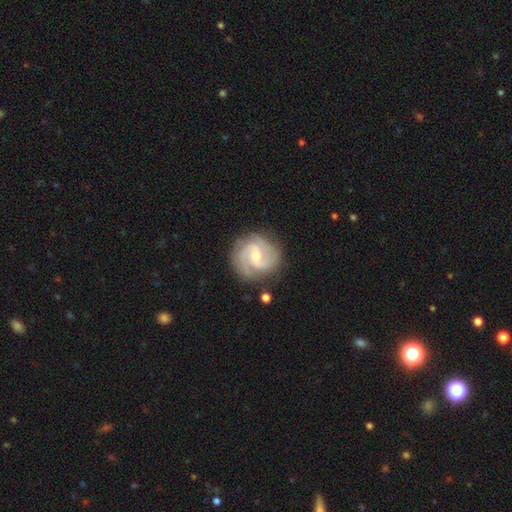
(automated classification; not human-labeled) smooth_or_featured: featured or disk (p=0.86) [alt: smooth p=0.09]
disk_edge_on: no (p=0.98) [alt: yes p=0.02]
bar: weak (p=0.52) [alt: no p=0.34]
has_spiral_arms: yes (p=0.97) [alt: no p=0.03]
spiral_winding: medium (p=0.45) [alt: tight p=0.44]
spiral_arm_count: 2 (p=0.49) [alt: 3 p=0.30]
bulge_size: moderate (p=0.52) [alt: small p=0.45]
merging: none (p=0.81) [alt: minor disturbance p=0.13]